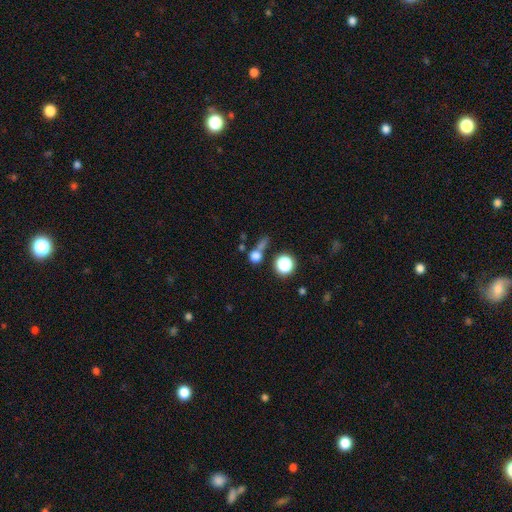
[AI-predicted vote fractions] Smooth or featured? Predicted: smooth (p=0.72). How rounded? Predicted: round (p=0.85). Merging? Predicted: none (p=0.52).